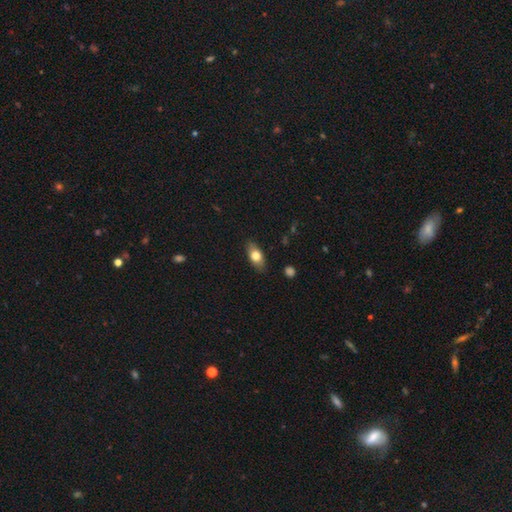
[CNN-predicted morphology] A smooth galaxy with no disk features (74%) that is in between round and cigar-shaped (86%). Merging: none (85%).